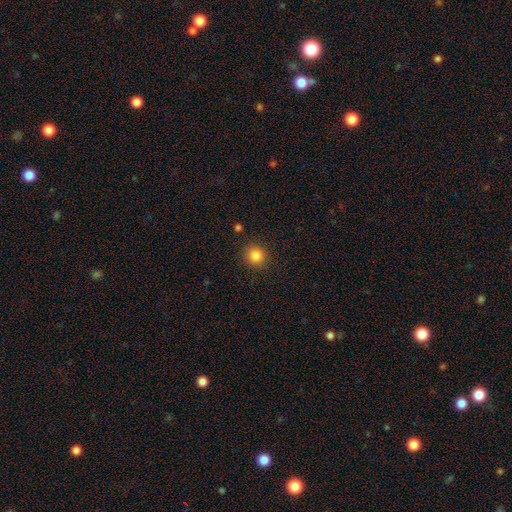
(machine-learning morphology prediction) This is clearly a smooth galaxy (84%). How rounded: clearly round (91%). Merging: clearly none (90%).